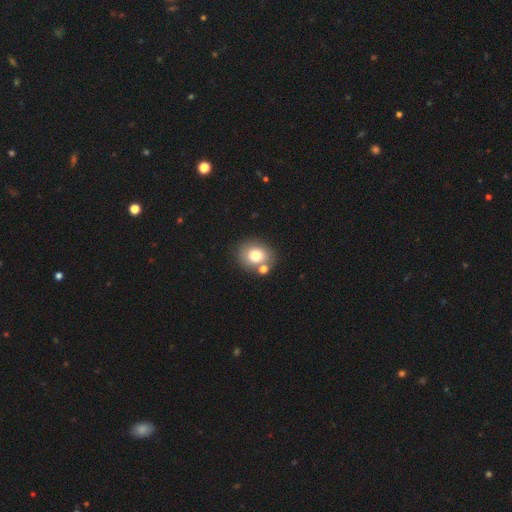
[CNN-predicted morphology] The model was most divided on "how rounded": round: 64%, in between: 35%, cigar-shaped: 1%. More confident: smooth or featured — smooth (77%); merging — none (68%).